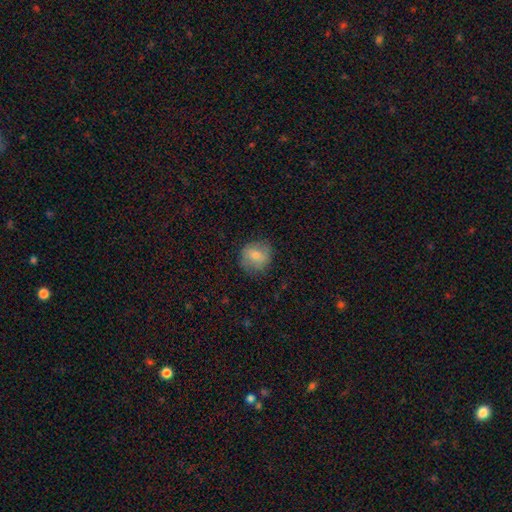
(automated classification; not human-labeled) Overall: smooth (71%). How rounded: round (84%). Merging: none (77%).